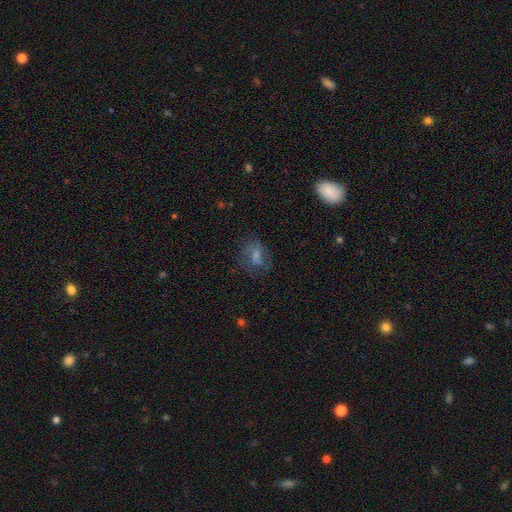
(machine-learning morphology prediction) Overall: smooth (52%; featured or disk 35%). How rounded: in between (58%; round 40%). Merging: none (51%; major disturbance 24%).